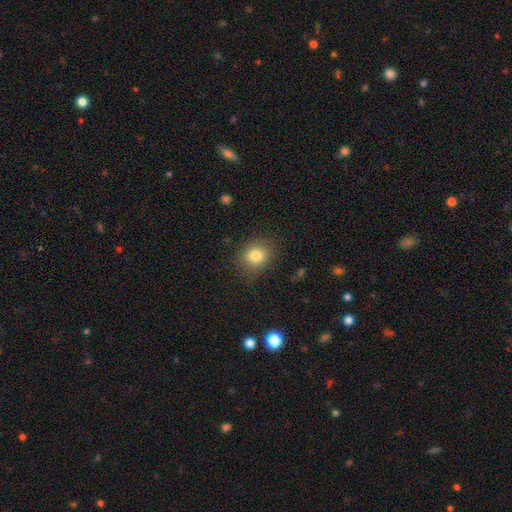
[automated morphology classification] A smooth galaxy with no disk features (82%) that is round (71%).

Vote fractions:
- Smooth or featured? smooth: 82% / star or artifact: 11% / featured or disk: 7%
- How rounded? round: 71% / in between: 28% / cigar-shaped: 1%
- Merging? none: 82% / minor disturbance: 12% / major disturbance: 4% / merger: 1%